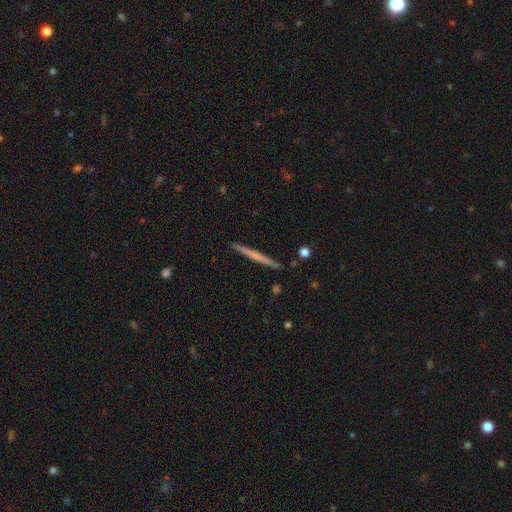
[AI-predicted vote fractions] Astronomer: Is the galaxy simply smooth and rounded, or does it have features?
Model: featured or disk — 47%, tied with smooth at 47%.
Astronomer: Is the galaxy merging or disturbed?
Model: none — 92%.